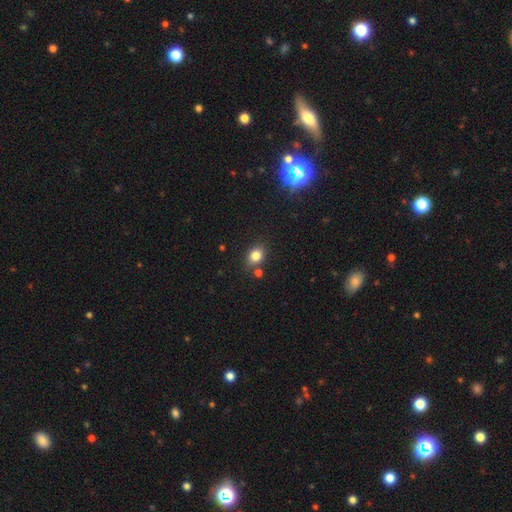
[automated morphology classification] Overall: smooth (81%). How rounded: in between (52%; round 47%). Merging: none (75%).